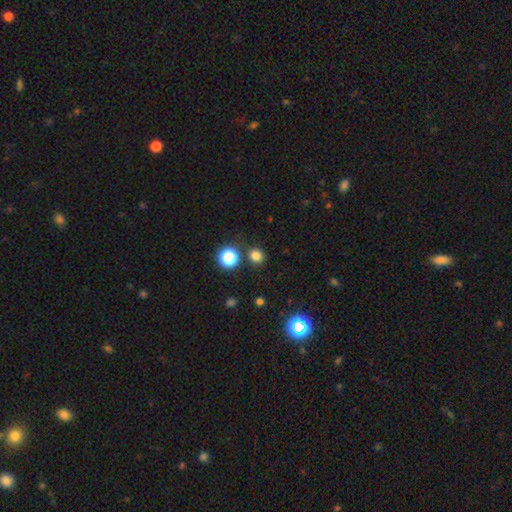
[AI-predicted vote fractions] A smooth galaxy with no disk features (78%) that is round (87%). Merging: none (83%).